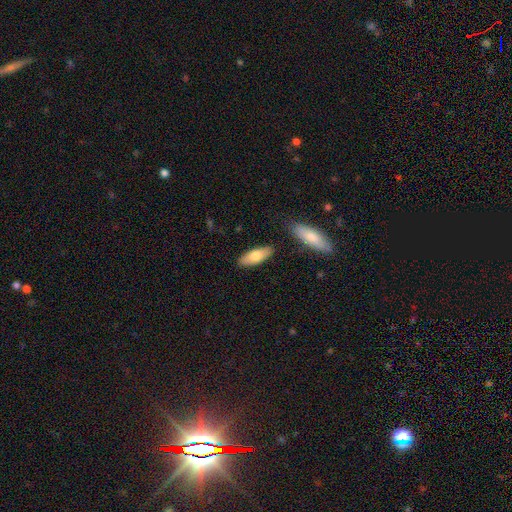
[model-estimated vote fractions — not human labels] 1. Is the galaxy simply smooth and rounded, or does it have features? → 75% smooth, 20% featured or disk, 6% star or artifact.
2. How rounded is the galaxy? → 68% in between, 30% cigar-shaped, 2% round.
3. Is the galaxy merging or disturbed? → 84% none, 10% minor disturbance, 4% merger, 2% major disturbance.